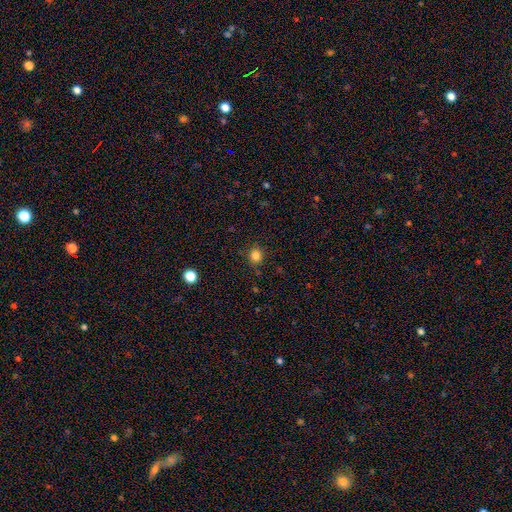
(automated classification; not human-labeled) Smooth or featured? Predicted: smooth (p=0.82). How rounded? Predicted: round (p=0.75). Merging? Predicted: none (p=0.84).